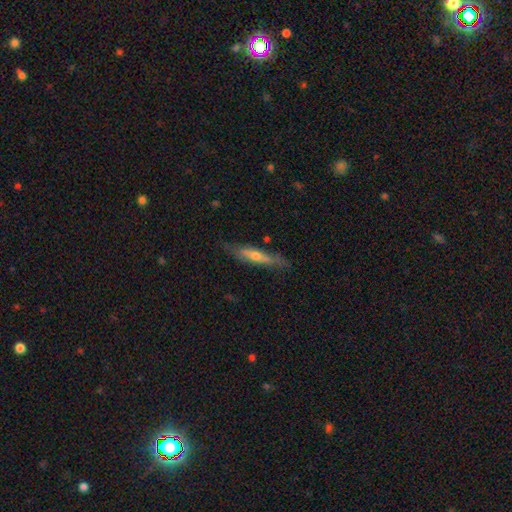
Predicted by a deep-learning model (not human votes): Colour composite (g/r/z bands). It shows a featured or disk galaxy (61%) viewed edge-on (83%) with a rounded central bulge (71%). Merging: none (77%).